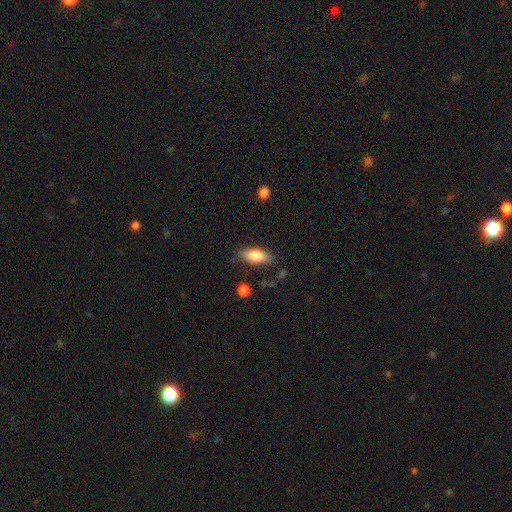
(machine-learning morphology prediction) This appears to be a smooth galaxy with no disk features (80%) that is in between round and cigar-shaped (74%). Merging: none (80%).